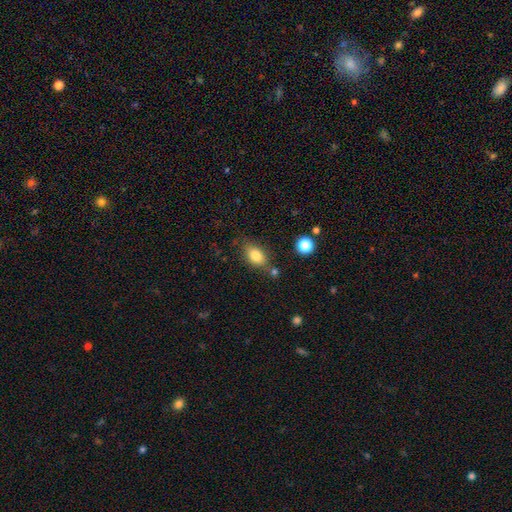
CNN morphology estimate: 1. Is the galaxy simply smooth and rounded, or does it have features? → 81% smooth, 10% featured or disk, 9% star or artifact.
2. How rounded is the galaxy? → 83% in between, 14% round, 3% cigar-shaped.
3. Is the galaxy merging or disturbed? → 68% none, 17% minor disturbance, 10% merger, 5% major disturbance.